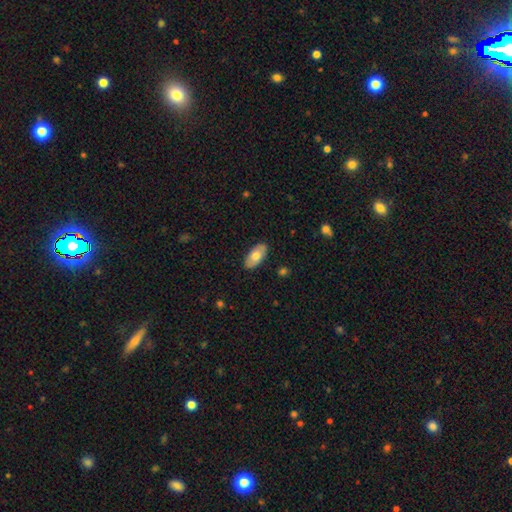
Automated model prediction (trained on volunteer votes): smooth_or_featured: smooth (p=0.70) [alt: featured or disk p=0.24]
how_rounded: in between (p=0.93) [alt: cigar-shaped p=0.04]
merging: none (p=0.87) [alt: minor disturbance p=0.10]